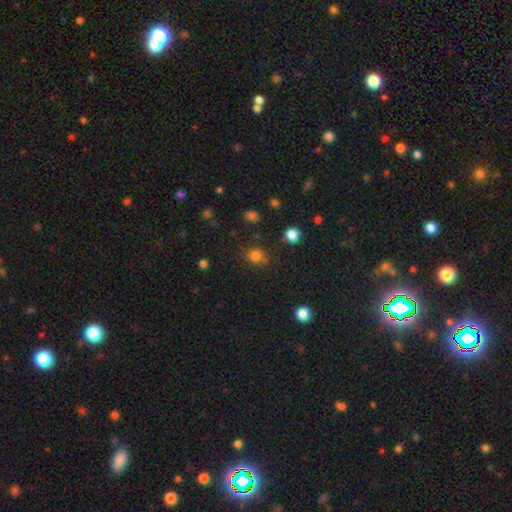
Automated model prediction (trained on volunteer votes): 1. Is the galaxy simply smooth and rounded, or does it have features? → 78% smooth, 17% star or artifact, 6% featured or disk.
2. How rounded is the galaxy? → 74% round, 25% in between, 1% cigar-shaped.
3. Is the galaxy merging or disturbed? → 74% none, 17% minor disturbance, 5% major disturbance, 5% merger.